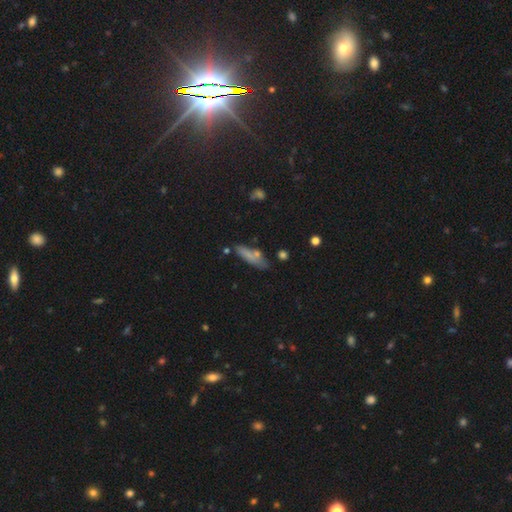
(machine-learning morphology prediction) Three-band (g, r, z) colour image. It shows a smooth galaxy with no disk features (59%) that is cigar-shaped (62%). Merging: none (64%).